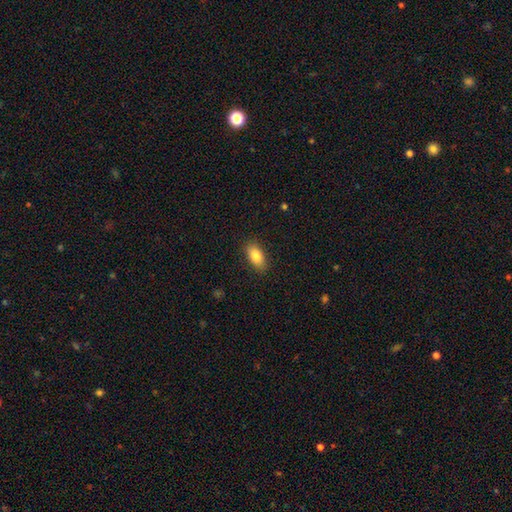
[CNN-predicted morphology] A smooth galaxy with no disk features (85%) that is in between round and cigar-shaped (91%).

Vote fractions:
- Smooth or featured? smooth: 85% / star or artifact: 7% / featured or disk: 7%
- How rounded? in between: 91% / cigar-shaped: 5% / round: 4%
- Merging? none: 87% / minor disturbance: 9% / major disturbance: 2% / merger: 1%